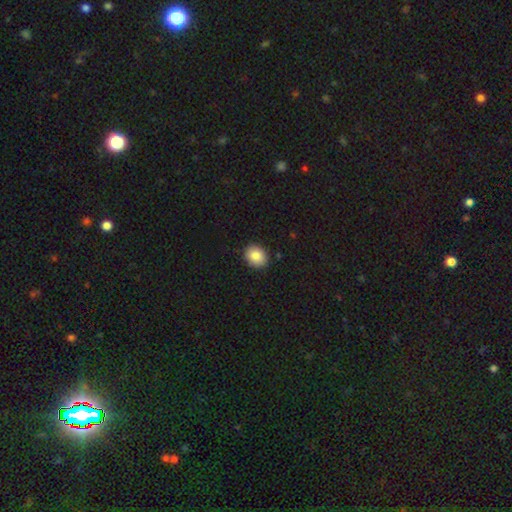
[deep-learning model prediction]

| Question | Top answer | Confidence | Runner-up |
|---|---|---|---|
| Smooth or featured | smooth | 87% | star or artifact (8%) |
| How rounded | round | 53% | in between (46%) |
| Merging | none | 89% | minor disturbance (8%) |